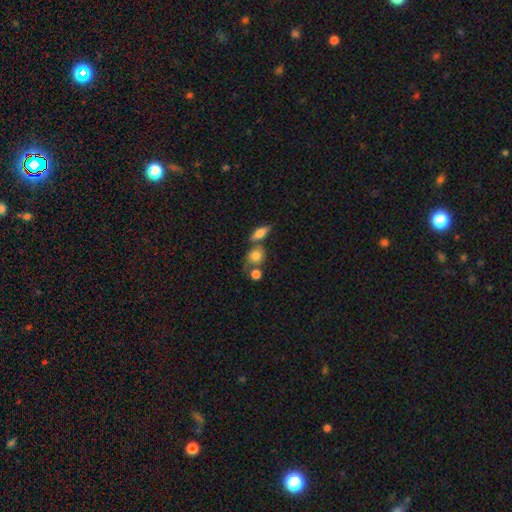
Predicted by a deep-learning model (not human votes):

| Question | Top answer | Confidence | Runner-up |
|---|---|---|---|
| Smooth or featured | smooth | 79% | featured or disk (12%) |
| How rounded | round | 73% | in between (25%) |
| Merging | none | 49% | merger (32%) |